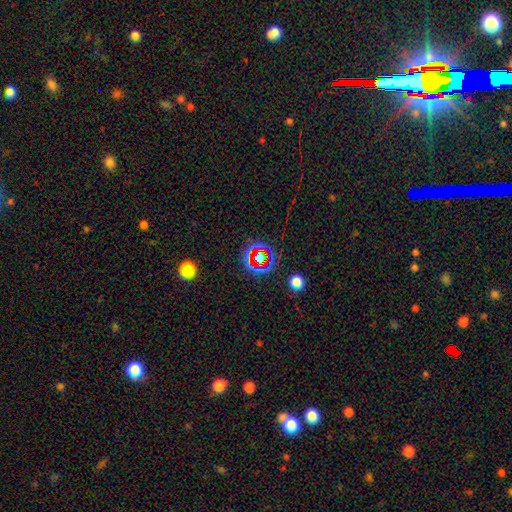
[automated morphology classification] Smooth or featured? Predicted: star or artifact (p=0.70).